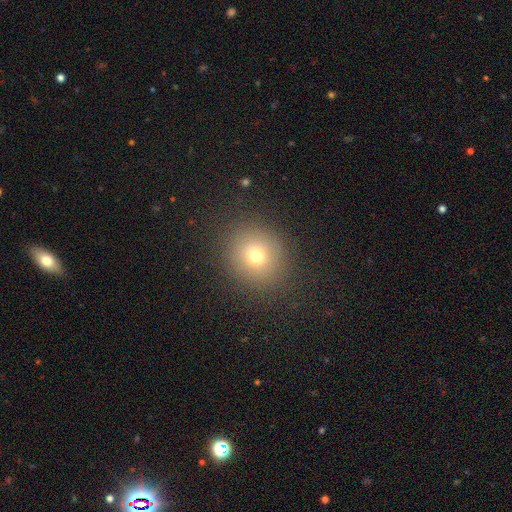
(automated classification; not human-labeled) smooth 70%, star or artifact 18%, featured or disk 11%. Down the decision tree: how rounded — round (86%); merging — none (87%).